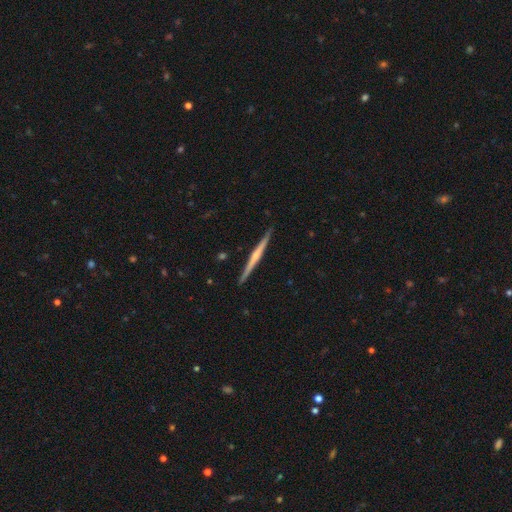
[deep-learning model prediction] Smooth or featured? featured or disk (70%)
Edge-on disk? yes (98%)
Edge-on bulge? rounded (55%)
Merging? none (91%)